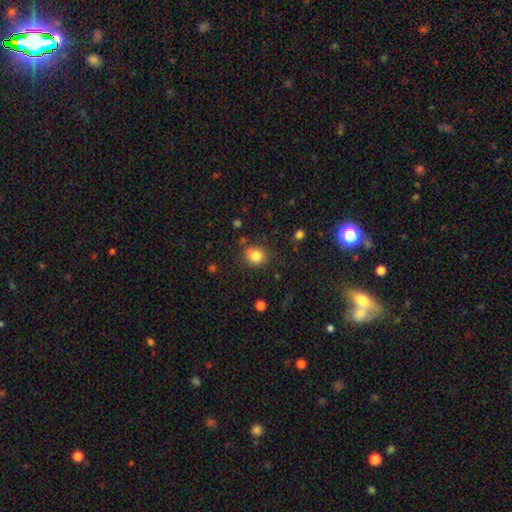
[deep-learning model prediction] Overall: smooth (84%). How rounded: round (80%). Merging: none (82%).